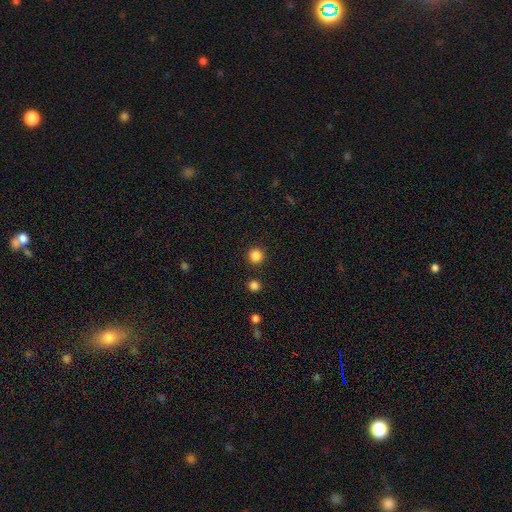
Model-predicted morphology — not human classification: Smooth or featured? smooth (85%)
How rounded? round (95%)
Merging? none (90%)